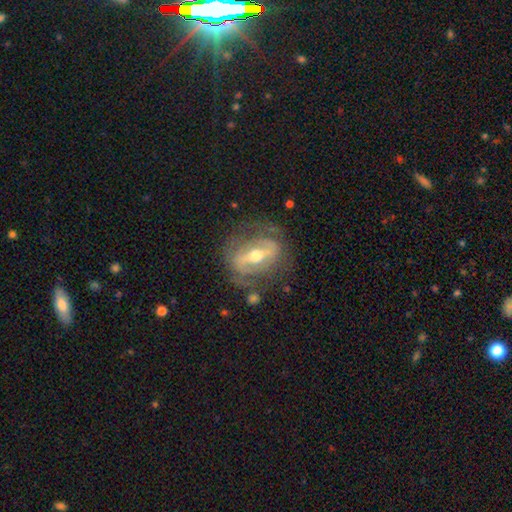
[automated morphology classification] The model was most divided on "spiral arms": yes: 52%, no: 48%. More confident: edge-on disk — no (87%); smooth or featured — featured or disk (78%); bulge size — moderate (71%); bar — strong (66%); merging — none (64%).